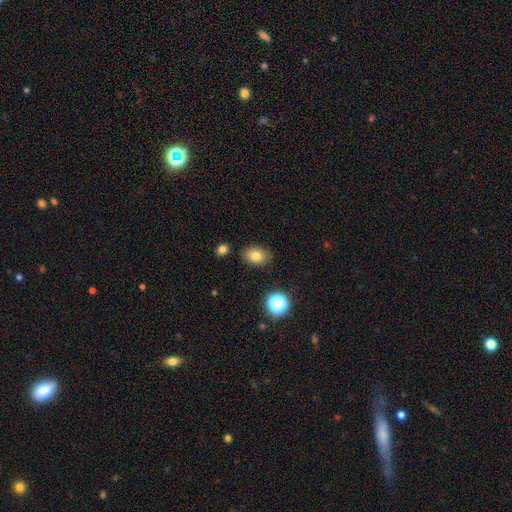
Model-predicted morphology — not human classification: Overall: smooth (80%). How rounded: in between (72%). Merging: none (84%).